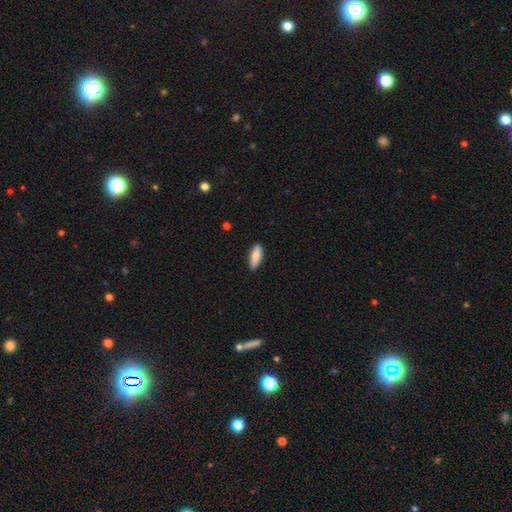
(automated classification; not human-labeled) This appears to be a smooth galaxy with no disk features (84%) that is in between round and cigar-shaped (63%). Merging: none (85%).